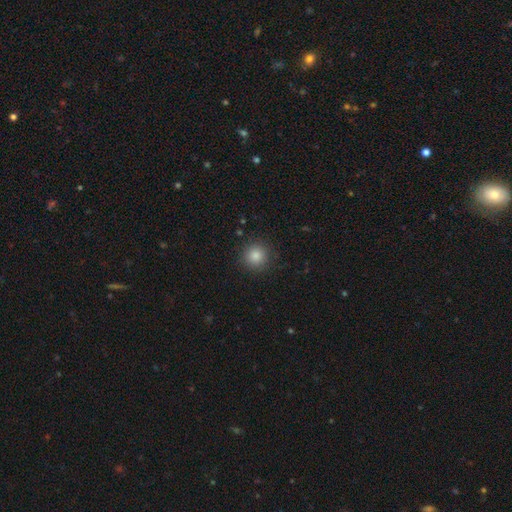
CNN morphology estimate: Smooth or featured? smooth (85%)
How rounded? round (94%)
Merging? none (89%)